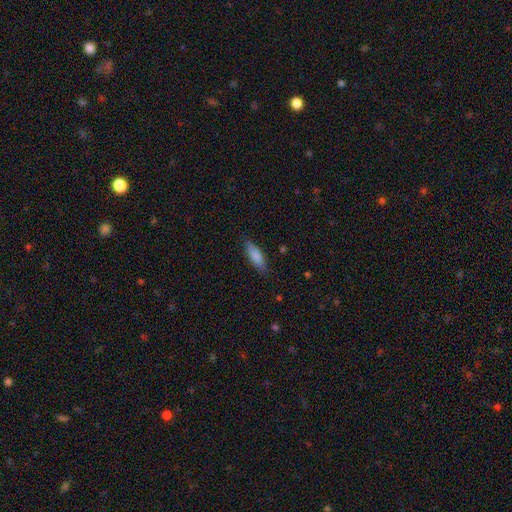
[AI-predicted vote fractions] Morphology: type=smooth (83%); roundness=in between (56%); merging=none (84%).